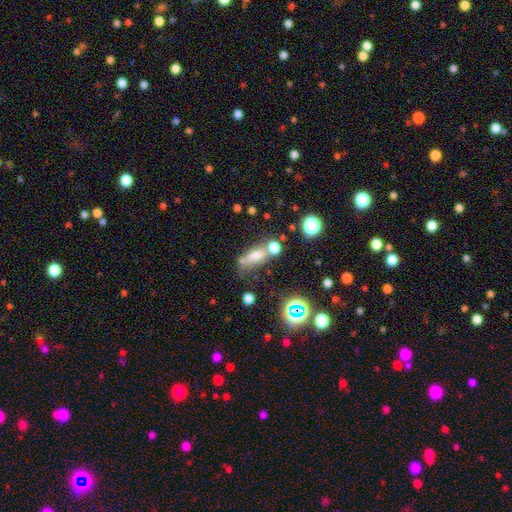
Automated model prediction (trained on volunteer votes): Smooth or featured: smooth — 62% (featured or disk — 20%)
How rounded: in between — 72% (cigar-shaped — 17%)
Merging: none — 40% (merger — 28%)